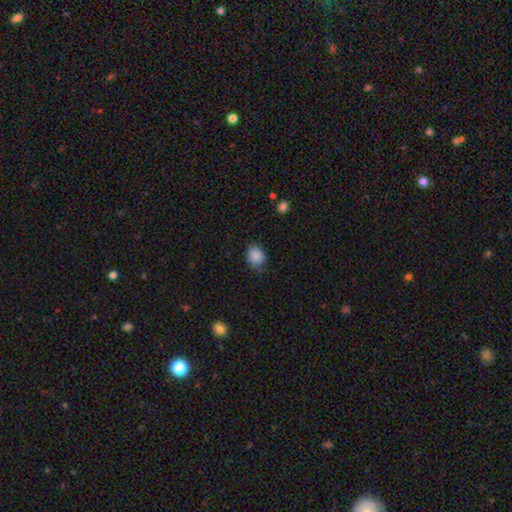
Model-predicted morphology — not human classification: Overall: smooth (88%). How rounded: round (60%; in between 39%). Merging: none (71%).